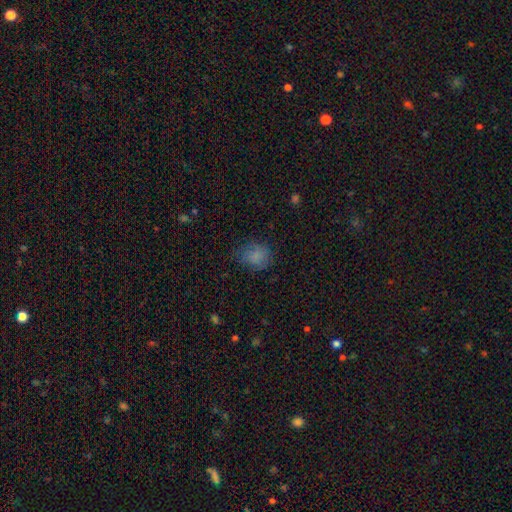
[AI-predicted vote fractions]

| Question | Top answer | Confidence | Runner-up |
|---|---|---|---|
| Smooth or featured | smooth | 79% | star or artifact (11%) |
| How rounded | round | 60% | in between (39%) |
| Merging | none | 66% | minor disturbance (24%) |